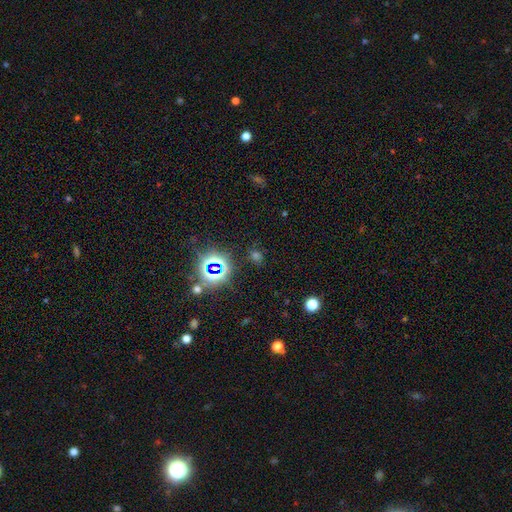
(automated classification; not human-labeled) A star or artifact, not a galaxy (53%).

Vote fractions:
- Smooth or featured? star or artifact: 53% / smooth: 40% / featured or disk: 8%